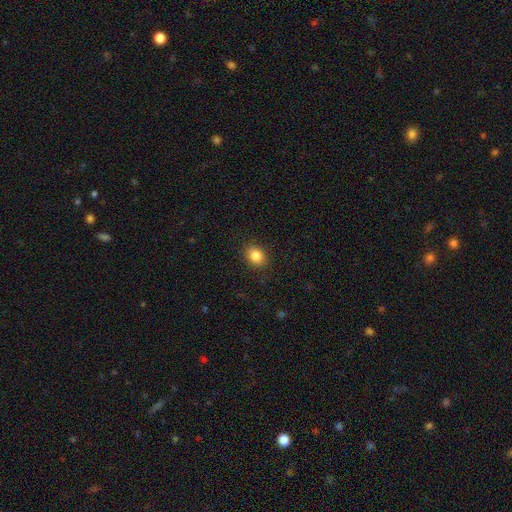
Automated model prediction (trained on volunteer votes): smooth-or-featured: smooth: 86% | star or artifact: 10% | featured or disk: 4%
  how-rounded: in between: 53% | round: 46% | cigar-shaped: 1%
  merging: none: 88% | minor disturbance: 8% | major disturbance: 3% | merger: 1%